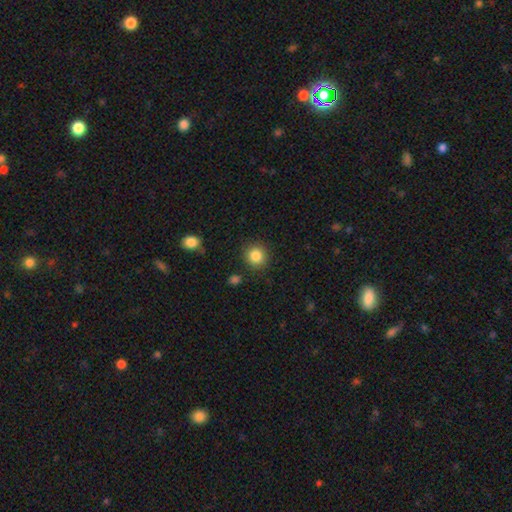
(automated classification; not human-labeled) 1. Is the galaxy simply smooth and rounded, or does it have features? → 85% smooth, 10% star or artifact, 5% featured or disk.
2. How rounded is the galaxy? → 91% round, 9% in between, 1% cigar-shaped.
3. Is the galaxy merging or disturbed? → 88% none, 7% minor disturbance, 3% major disturbance, 2% merger.